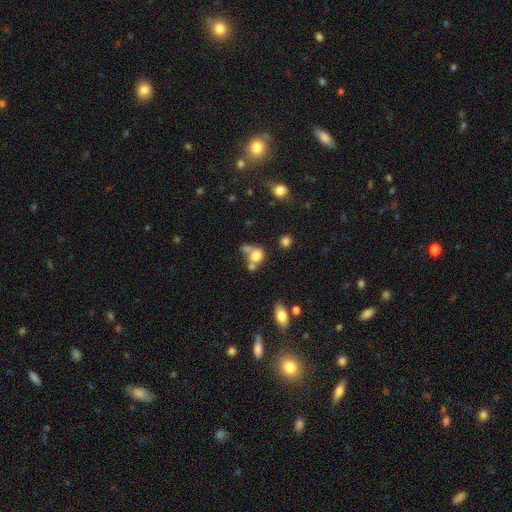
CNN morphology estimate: Overall: smooth (75%). How rounded: round (62%; in between 36%). Merging: merger (46%; none 32%).